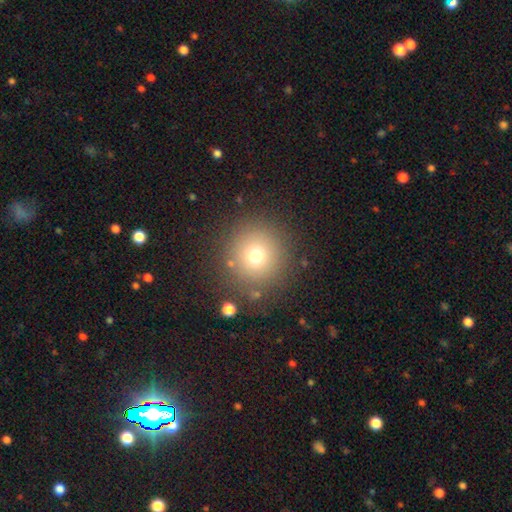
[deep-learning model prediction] Smooth or featured? Predicted: smooth (p=0.71). How rounded? Predicted: round (p=0.94). Merging? Predicted: none (p=0.85).